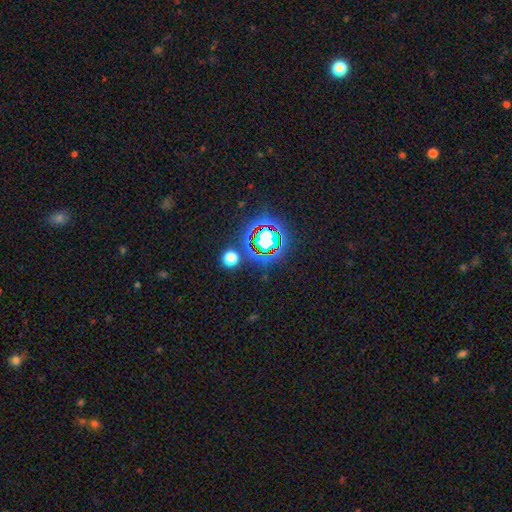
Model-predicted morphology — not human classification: This appears to be a star or artifact, not a galaxy (79%).